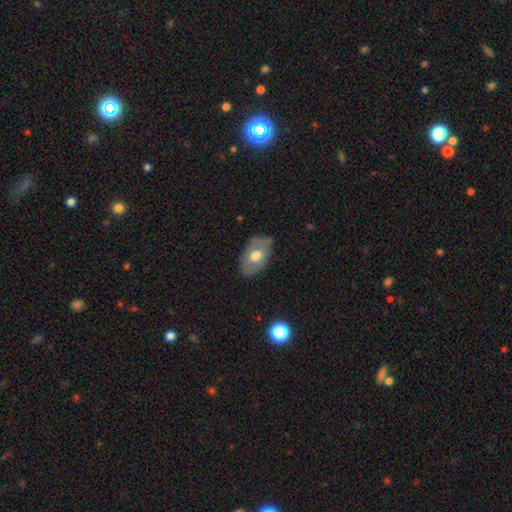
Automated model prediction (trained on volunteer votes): smooth-or-featured: smooth: 51% | featured or disk: 42% | star or artifact: 7%
  how-rounded: in between: 88% | round: 10% | cigar-shaped: 2%
  merging: none: 74% | minor disturbance: 20% | major disturbance: 5% | merger: 1%